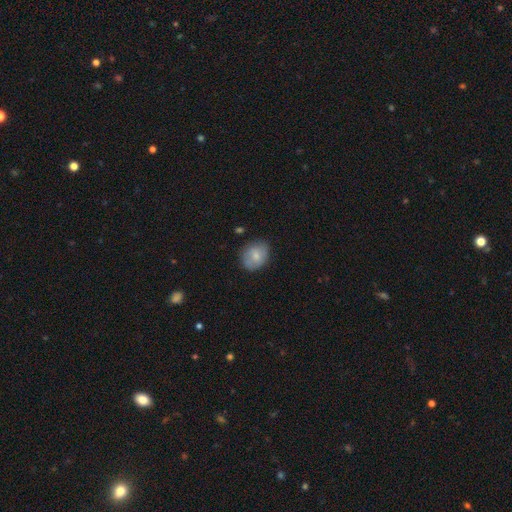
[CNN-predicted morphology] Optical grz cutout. It shows a smooth galaxy with no disk features (74%) that is round (50%). Merging: none (75%).